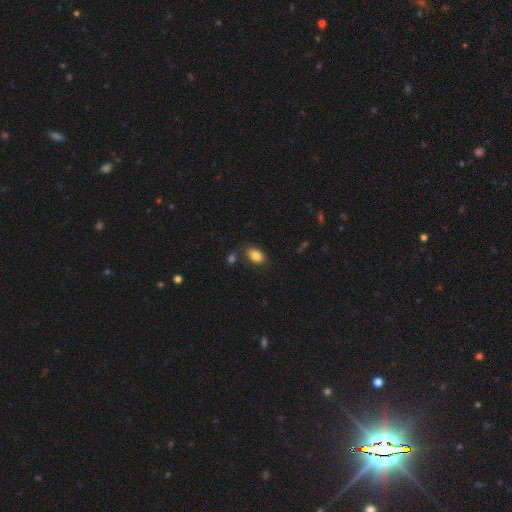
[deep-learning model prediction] Smooth or featured?
  - smooth: 84% *
  - star or artifact: 8%
  - featured or disk: 8%
How rounded?
  - in between: 89% *
  - round: 9%
  - cigar-shaped: 2%
Merging?
  - none: 79% *
  - minor disturbance: 13%
  - merger: 6%
  - major disturbance: 3%